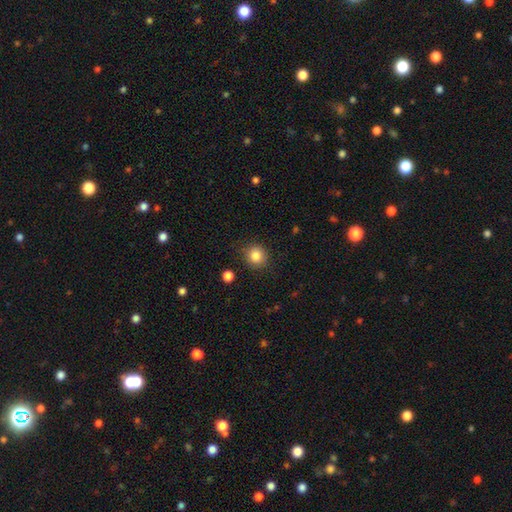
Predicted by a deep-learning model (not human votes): Smooth or featured: smooth — 84% (star or artifact — 10%)
How rounded: round — 90% (in between — 9%)
Merging: none — 87% (minor disturbance — 9%)